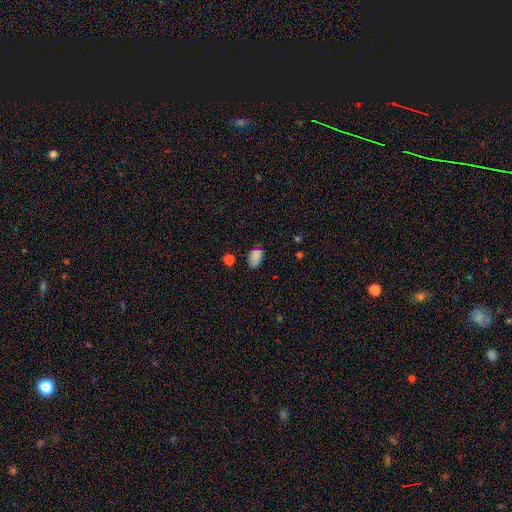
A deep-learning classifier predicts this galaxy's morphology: This is clearly a smooth galaxy (83%). How rounded: clearly in between (89%). Merging: likely none (67%).